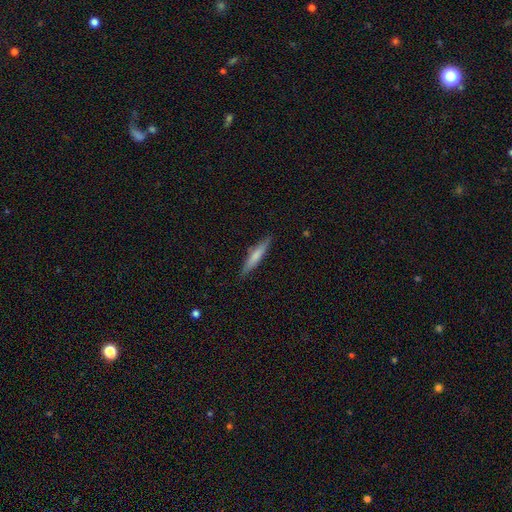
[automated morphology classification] type=smooth (65%); roundness=cigar-shaped (91%); merging=none (87%).